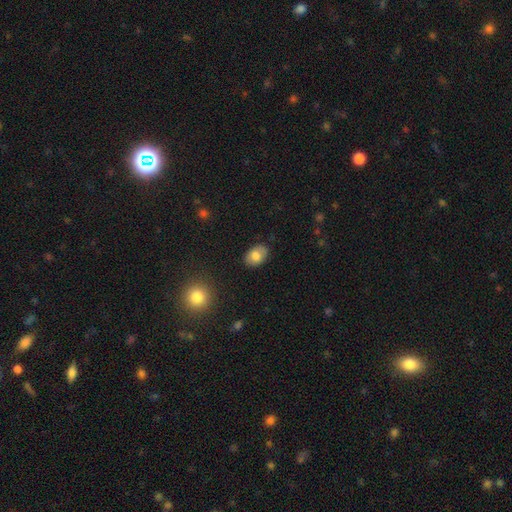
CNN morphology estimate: type=smooth (77%); roundness=in between (84%); merging=none (85%).